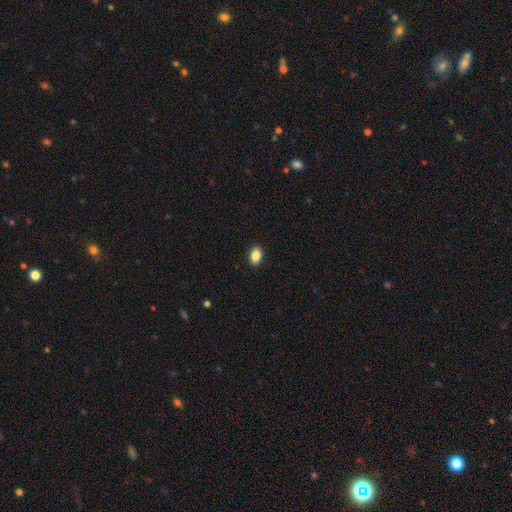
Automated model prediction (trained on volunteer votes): smooth 86%, star or artifact 8%, featured or disk 6%. Down the decision tree: how rounded — in between (85%); merging — none (90%).